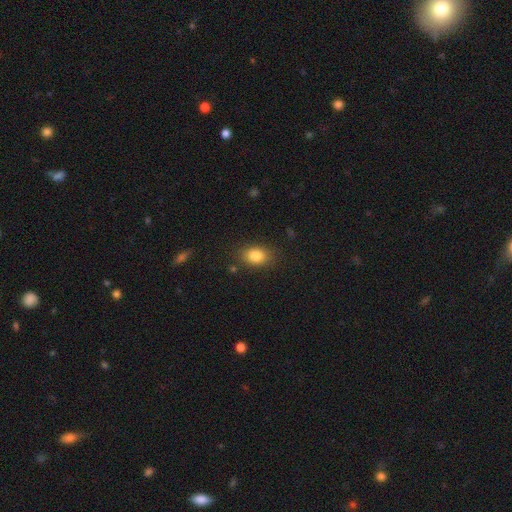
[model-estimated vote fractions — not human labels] The model was most divided on "how rounded": in between: 73%, round: 25%, cigar-shaped: 1%. More confident: smooth or featured — smooth (84%); merging — none (83%).